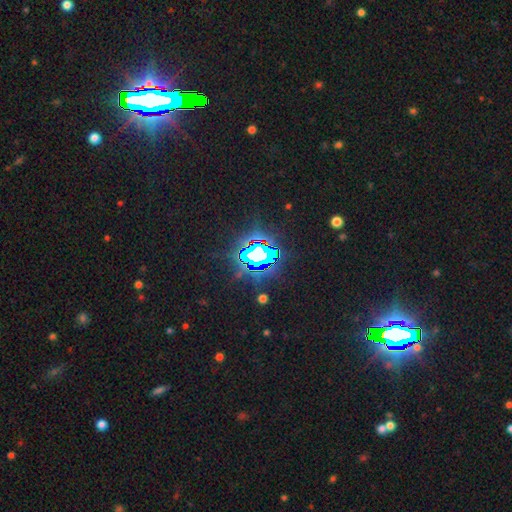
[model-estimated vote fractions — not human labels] Overall: star or artifact (77%).